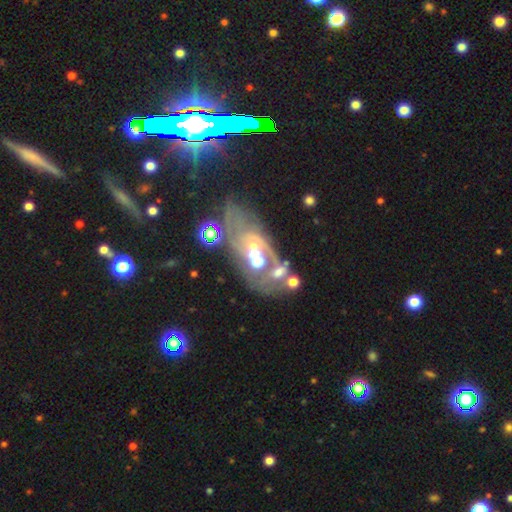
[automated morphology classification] Smooth or featured? featured or disk (60%)
Edge-on disk? no (95%)
Bar? no (73%)
Spiral arms? yes (50%, tied with no)
Bulge size? moderate (47%)
Merging? merger (37%)